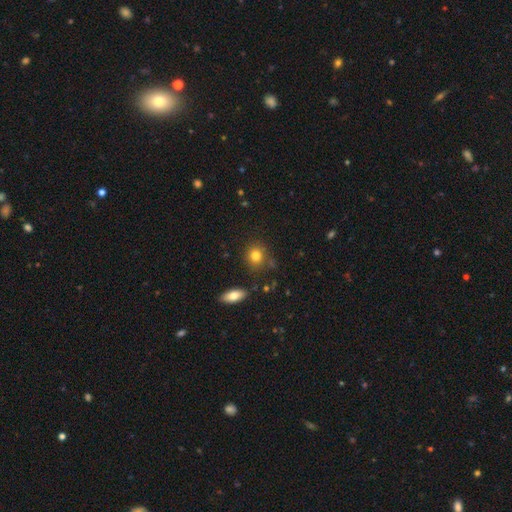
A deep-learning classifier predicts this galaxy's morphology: Smooth or featured: smooth — 82% (star or artifact — 10%)
How rounded: round — 77% (in between — 22%)
Merging: none — 78% (minor disturbance — 13%)